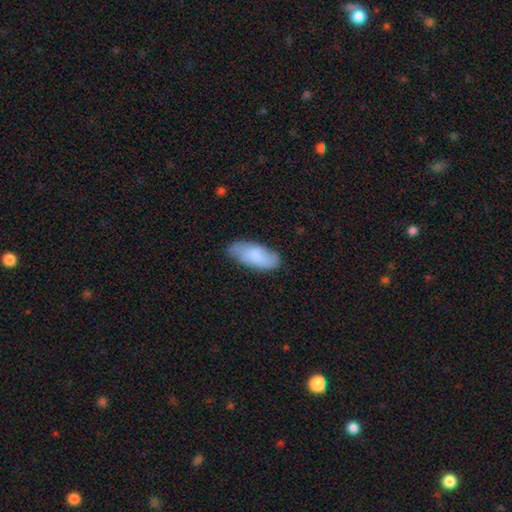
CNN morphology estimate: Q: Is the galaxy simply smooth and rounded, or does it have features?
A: smooth — 75%.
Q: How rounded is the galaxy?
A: in between — 85%.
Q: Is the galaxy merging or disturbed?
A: none — 74%.